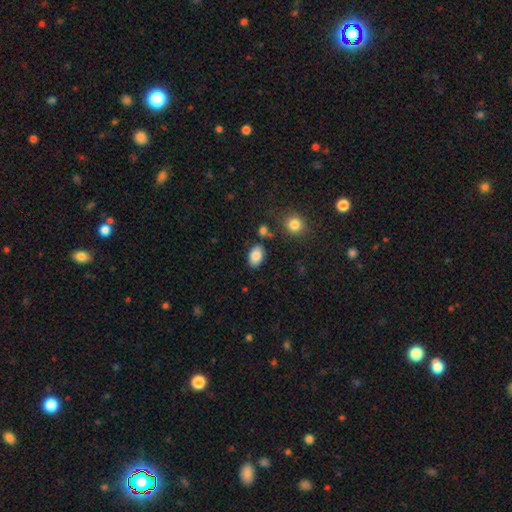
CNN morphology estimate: smooth_or_featured: smooth (p=0.86) [alt: star or artifact p=0.08]
how_rounded: in between (p=0.88) [alt: round p=0.11]
merging: none (p=0.80) [alt: minor disturbance p=0.11]